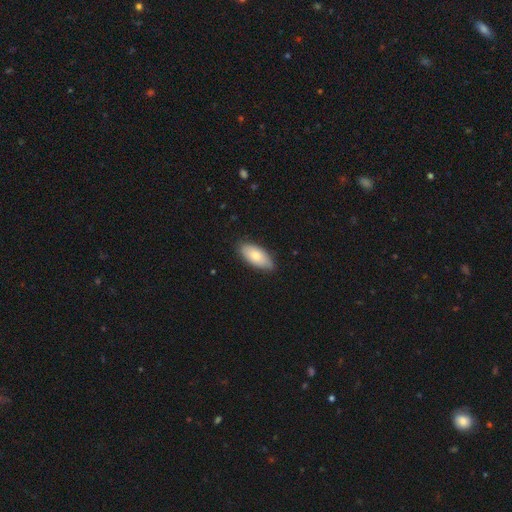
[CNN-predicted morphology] Q: Smooth or featured?
A: smooth (76%); runner-up: featured or disk (18%)
Q: How rounded?
A: in between (89%); runner-up: cigar-shaped (8%)
Q: Merging?
A: none (83%); runner-up: minor disturbance (14%)